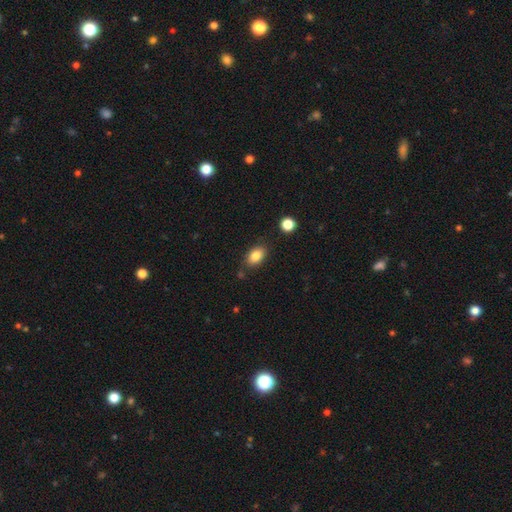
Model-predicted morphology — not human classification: Smooth or featured?
  - smooth: 84% *
  - star or artifact: 9%
  - featured or disk: 7%
How rounded?
  - in between: 86% *
  - round: 13%
  - cigar-shaped: 2%
Merging?
  - none: 81% *
  - minor disturbance: 12%
  - merger: 4%
  - major disturbance: 3%